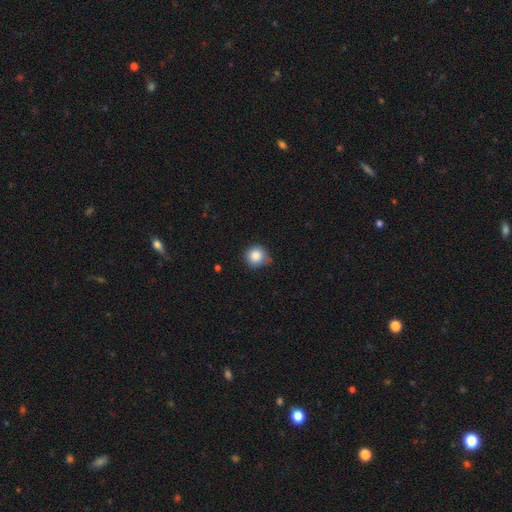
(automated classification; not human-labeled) Morphology: type=smooth (85%); roundness=round (92%); merging=none (73%).